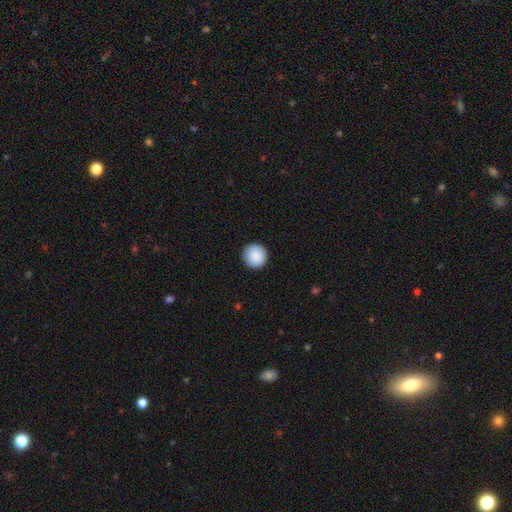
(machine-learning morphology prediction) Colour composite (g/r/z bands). It shows a smooth galaxy with no disk features (89%) that is round (95%). Merging: none (92%).